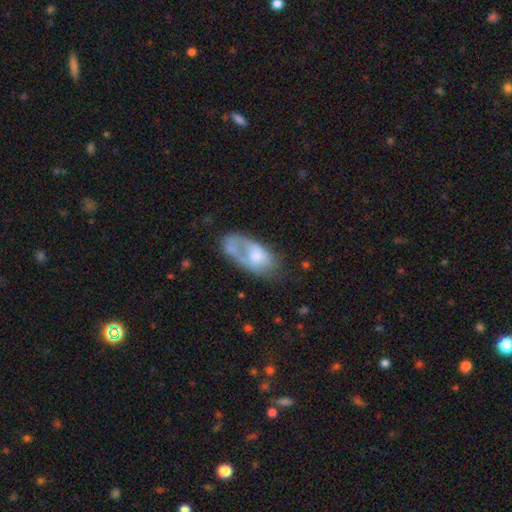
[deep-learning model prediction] The model was most divided on "smooth or featured": smooth: 49%, featured or disk: 44%, star or artifact: 7%. Remaining: merging — major disturbance (37%).